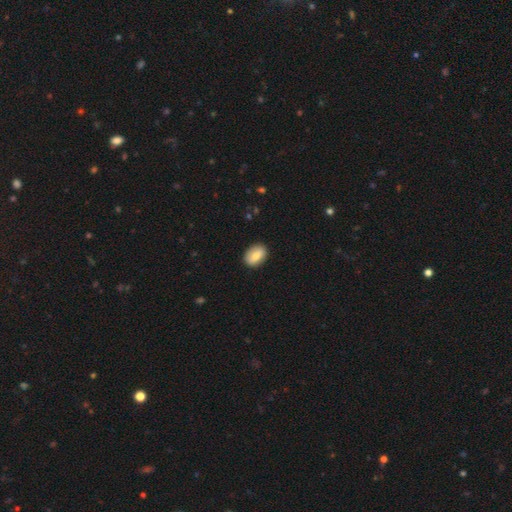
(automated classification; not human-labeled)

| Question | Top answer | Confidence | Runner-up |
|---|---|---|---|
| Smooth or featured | smooth | 75% | featured or disk (18%) |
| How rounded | in between | 81% | round (17%) |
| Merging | none | 88% | minor disturbance (9%) |